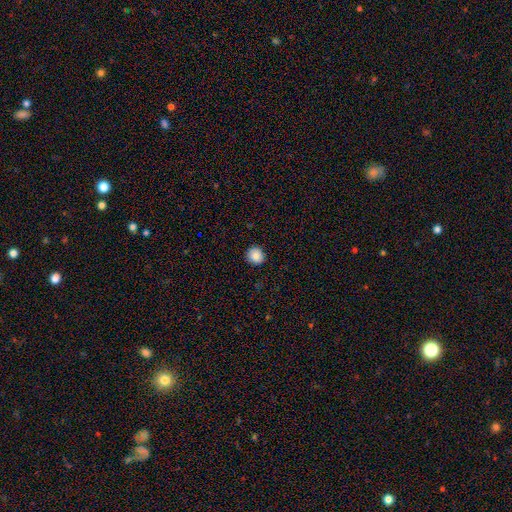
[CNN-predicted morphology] smooth 87%, star or artifact 9%, featured or disk 4%. Down the decision tree: how rounded — round (90%); merging — none (91%).